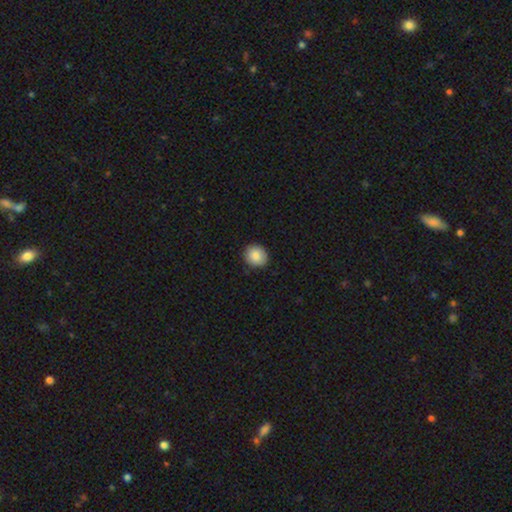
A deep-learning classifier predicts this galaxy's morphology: A smooth galaxy with no disk features (88%) that is round (82%). Merging: none (89%).